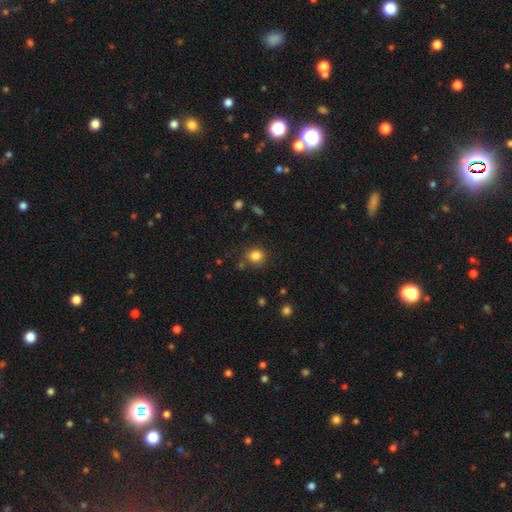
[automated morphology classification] A smooth galaxy with no disk features (83%) that is round (79%).

Vote fractions:
- Smooth or featured? smooth: 83% / star or artifact: 12% / featured or disk: 5%
- How rounded? round: 79% / in between: 20% / cigar-shaped: 1%
- Merging? none: 79% / minor disturbance: 13% / merger: 4% / major disturbance: 4%